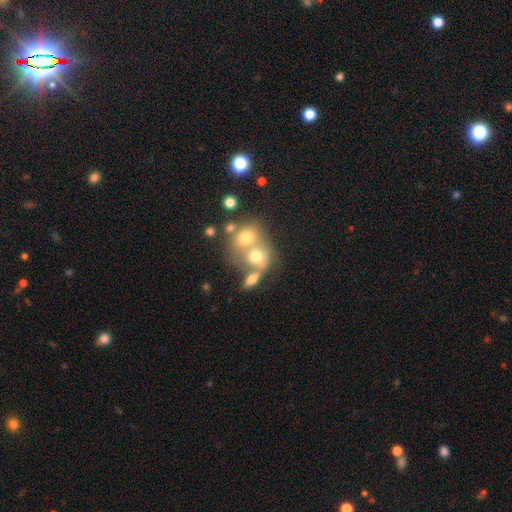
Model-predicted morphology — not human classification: smooth 64%, featured or disk 24%, star or artifact 12%. Down the decision tree: how rounded — round (63%); merging — merger (59%).